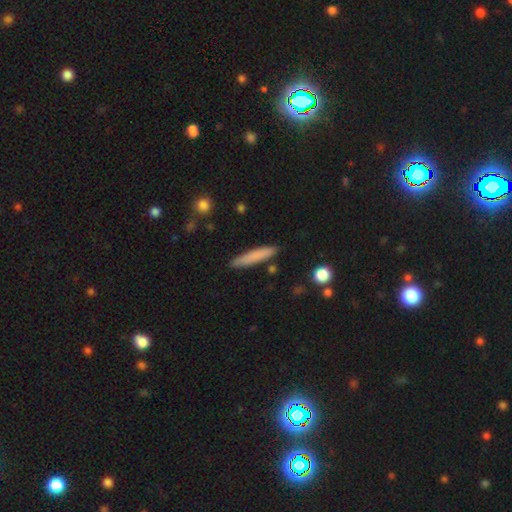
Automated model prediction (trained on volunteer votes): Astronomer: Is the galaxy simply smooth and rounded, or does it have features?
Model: smooth — 78%.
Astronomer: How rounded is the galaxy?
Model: cigar-shaped — 92%.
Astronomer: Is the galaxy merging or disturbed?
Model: none — 87%.